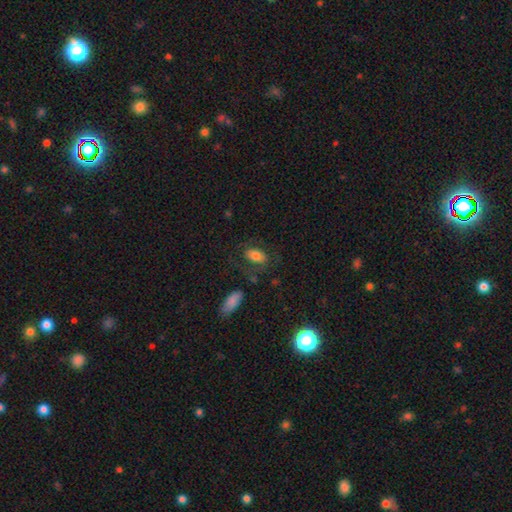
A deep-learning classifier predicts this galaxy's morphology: The model was most divided on "merging": none: 65%, minor disturbance: 16%, major disturbance: 14%, merger: 4%. More confident: how rounded — in between (90%); smooth or featured — smooth (71%).